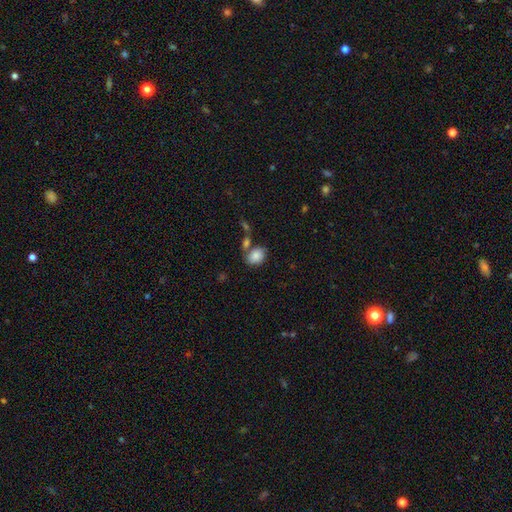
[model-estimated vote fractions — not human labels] The model was most divided on "how rounded": in between: 60%, round: 39%, cigar-shaped: 1%. More confident: smooth or featured — smooth (84%); merging — none (55%).